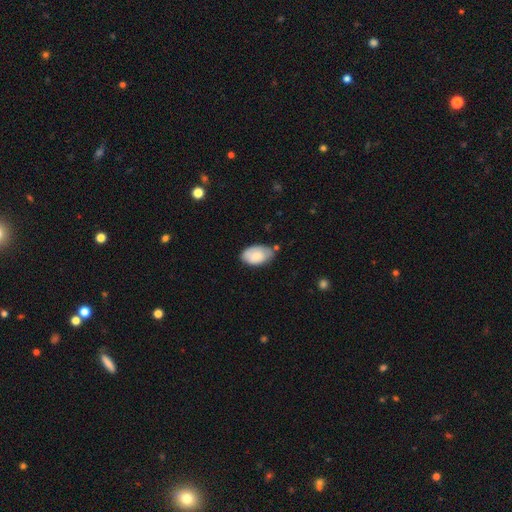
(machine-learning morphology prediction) Q: Smooth or featured?
A: smooth (75%); runner-up: featured or disk (19%)
Q: How rounded?
A: in between (94%); runner-up: round (5%)
Q: Merging?
A: none (59%); runner-up: minor disturbance (30%)